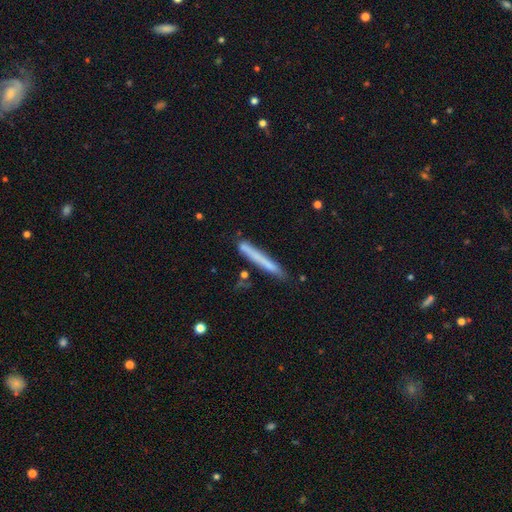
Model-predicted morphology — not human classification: This is likely a smooth galaxy (65%). How rounded: clearly cigar-shaped (97%). Merging: likely none (79%).